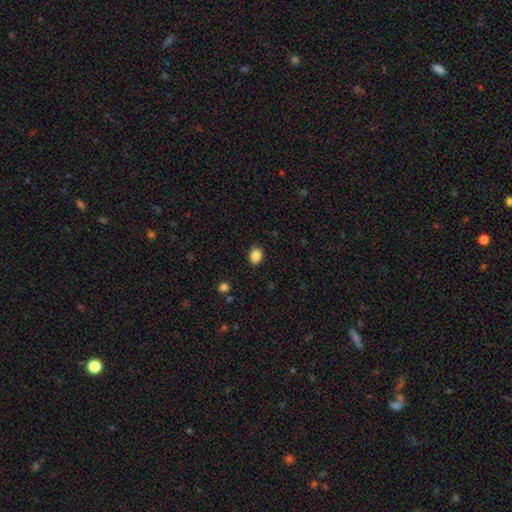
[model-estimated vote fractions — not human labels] Overall: smooth (86%). How rounded: in between (50%; round 49%). Merging: none (86%).